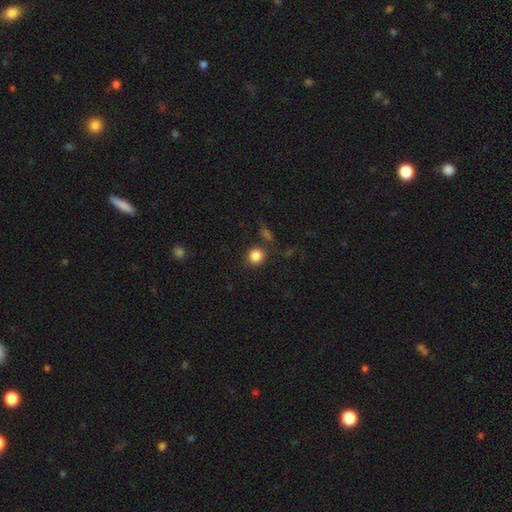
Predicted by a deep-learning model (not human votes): Smooth or featured: smooth — 85% (star or artifact — 10%)
How rounded: round — 89% (in between — 10%)
Merging: none — 80% (minor disturbance — 9%)